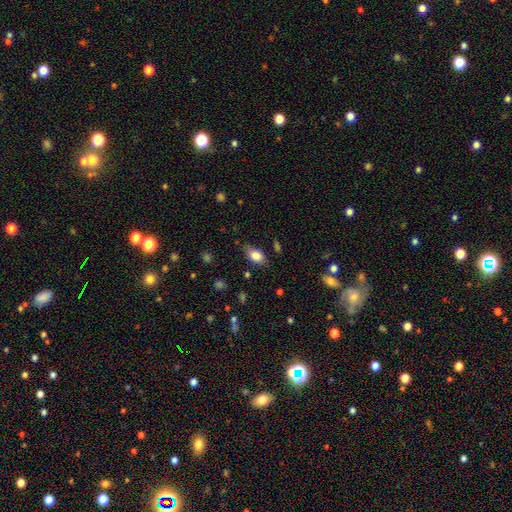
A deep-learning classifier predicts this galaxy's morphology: smooth 81%, featured or disk 11%, star or artifact 8%. Down the decision tree: how rounded — in between (88%); merging — none (73%).